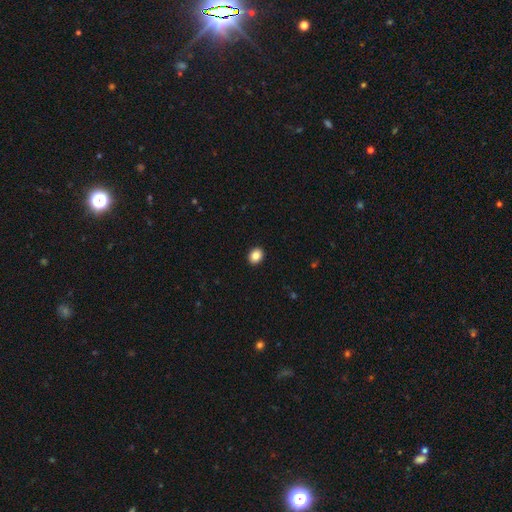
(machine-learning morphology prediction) smooth-or-featured: smooth: 86% | star or artifact: 9% | featured or disk: 5%
  how-rounded: round: 54% | in between: 45% | cigar-shaped: 1%
  merging: none: 93% | minor disturbance: 5% | major disturbance: 1% | merger: 1%